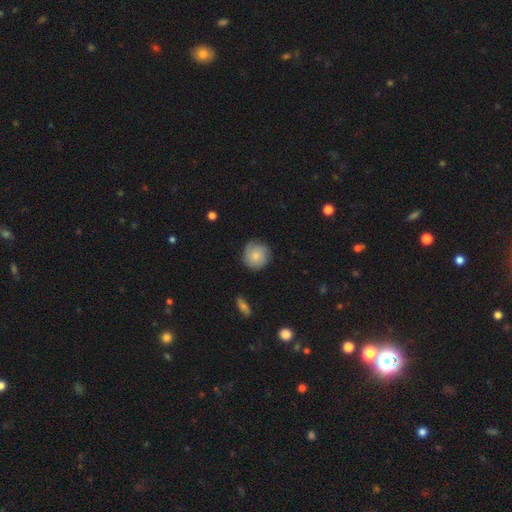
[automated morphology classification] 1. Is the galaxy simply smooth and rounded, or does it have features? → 77% smooth, 16% featured or disk, 7% star or artifact.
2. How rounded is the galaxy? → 91% round, 8% in between, 1% cigar-shaped.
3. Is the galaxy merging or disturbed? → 75% none, 20% minor disturbance, 4% major disturbance, 1% merger.